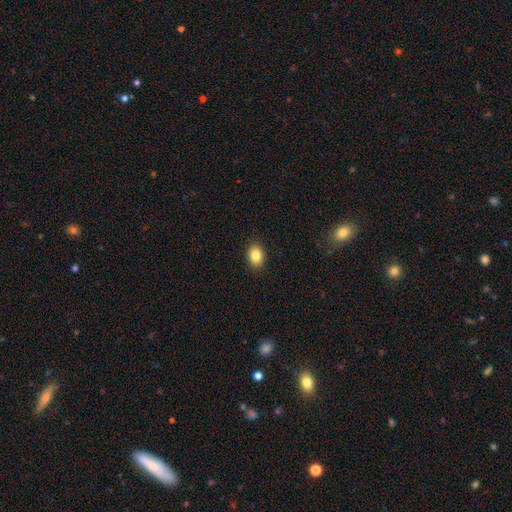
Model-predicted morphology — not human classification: A smooth galaxy with no disk features (84%) that is in between round and cigar-shaped (71%).

Vote fractions:
- Smooth or featured? smooth: 84% / star or artifact: 9% / featured or disk: 7%
- How rounded? in between: 71% / round: 28% / cigar-shaped: 1%
- Merging? none: 90% / minor disturbance: 7% / major disturbance: 2% / merger: 1%